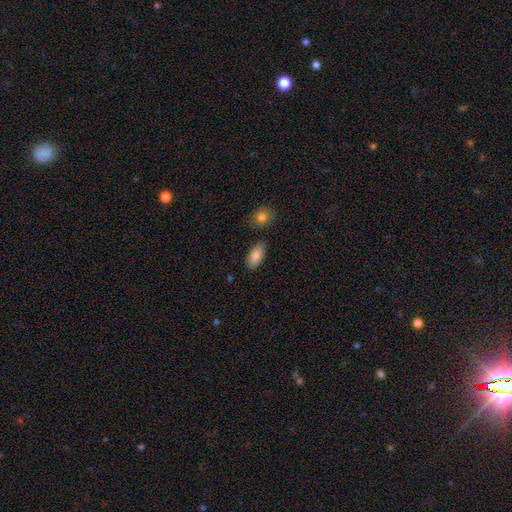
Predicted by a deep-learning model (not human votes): This is clearly a smooth galaxy (86%). How rounded: clearly in between (92%). Merging: clearly none (83%).